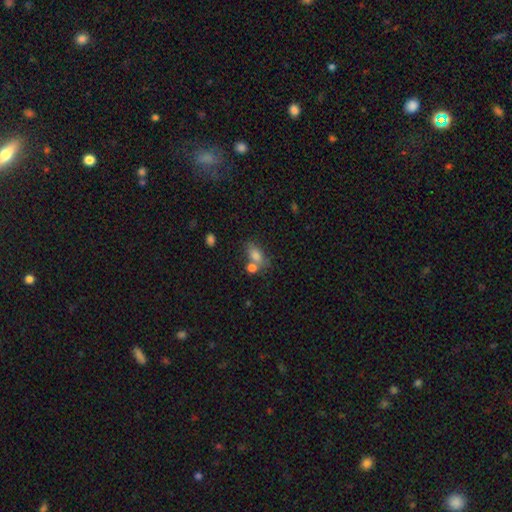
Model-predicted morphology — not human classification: This is likely a smooth galaxy (77%). How rounded: clearly in between (81%). Merging: possibly none (46%).